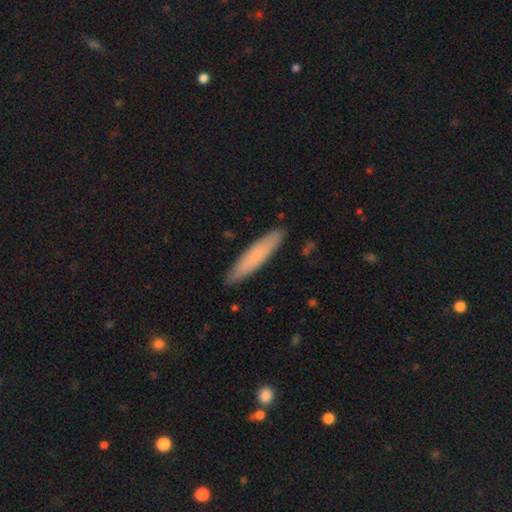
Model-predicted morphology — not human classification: Q: Smooth or featured?
A: smooth (73%); runner-up: featured or disk (21%)
Q: How rounded?
A: cigar-shaped (86%); runner-up: in between (13%)
Q: Merging?
A: none (89%); runner-up: minor disturbance (9%)